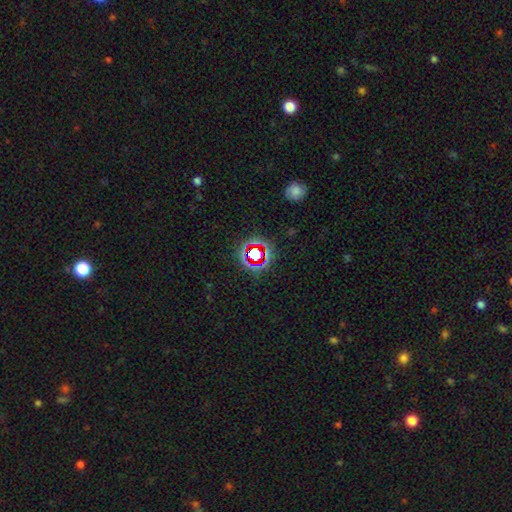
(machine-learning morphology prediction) A star or artifact, not a galaxy (71%).